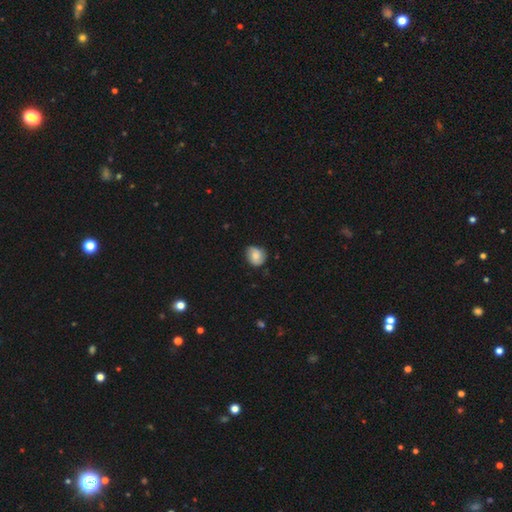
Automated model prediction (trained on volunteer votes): smooth-or-featured: smooth: 71% | featured or disk: 21% | star or artifact: 8%
  how-rounded: round: 71% | in between: 29% | cigar-shaped: 1%
  merging: none: 70% | minor disturbance: 25% | major disturbance: 5% | merger: 1%